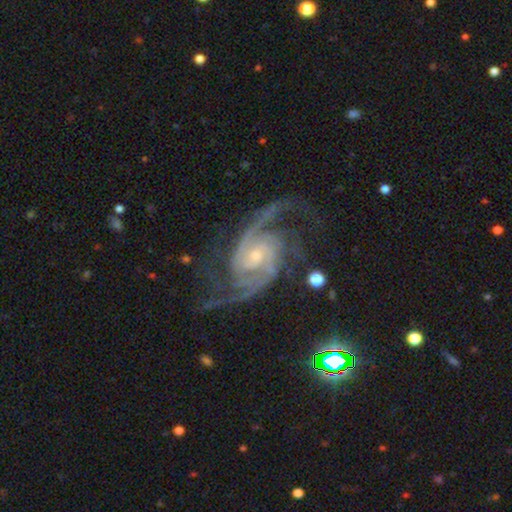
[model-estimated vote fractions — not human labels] Overall: featured or disk (93%). Edge-on disk: no (98%). Bar: no (53%; weak 36%). Spiral arms: yes (99%). Spiral arm count: 2 (60%). Spiral winding: medium (53%; tight 30%). Bulge size: small (60%; moderate 34%). Merging: none (70%).